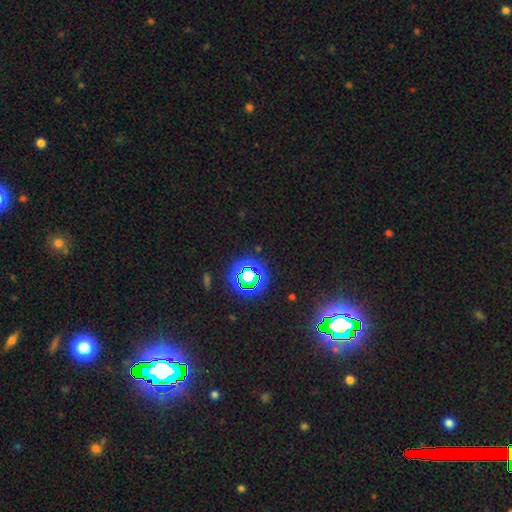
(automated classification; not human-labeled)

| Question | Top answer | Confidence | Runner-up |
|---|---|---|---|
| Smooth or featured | star or artifact | 79% | smooth (14%) |